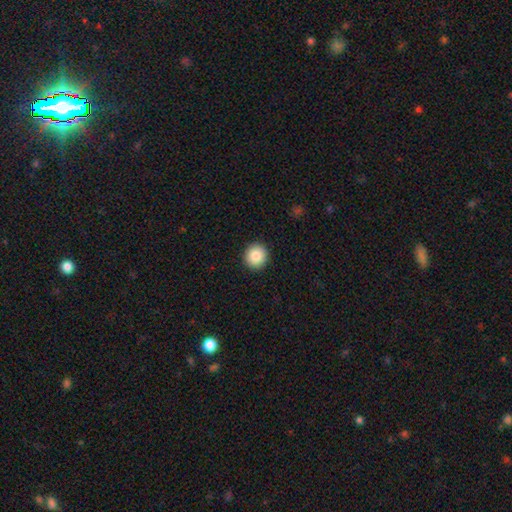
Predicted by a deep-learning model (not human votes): A smooth galaxy with no disk features (87%) that is round (92%). Merging: none (93%).